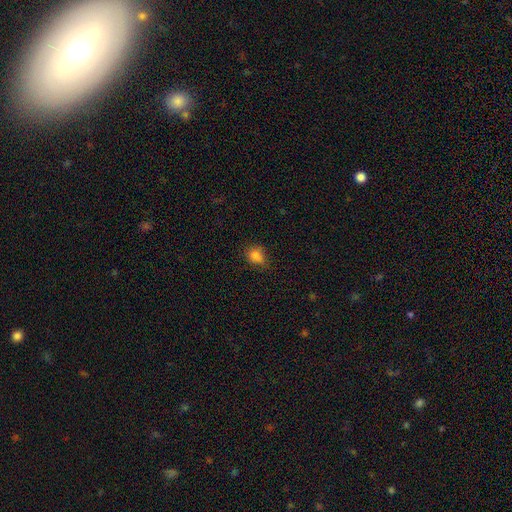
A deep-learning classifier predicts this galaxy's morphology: The model was most divided on "how rounded": round: 50%, in between: 49%, cigar-shaped: 1%. More confident: smooth or featured — smooth (83%); merging — none (67%).